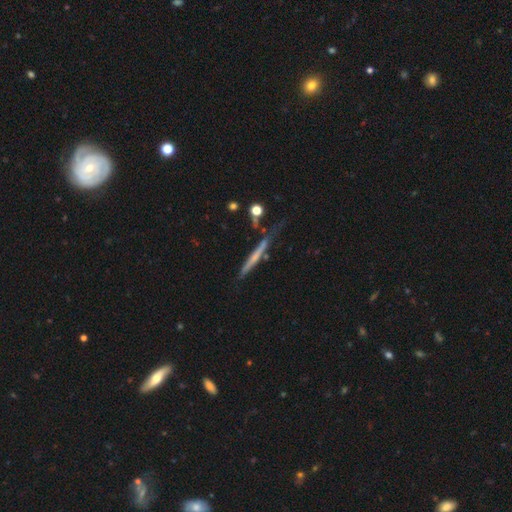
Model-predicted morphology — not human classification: smooth-or-featured: featured or disk: 48% | smooth: 45% | star or artifact: 7%
  merging: none: 60% | minor disturbance: 22% | major disturbance: 10% | merger: 8%